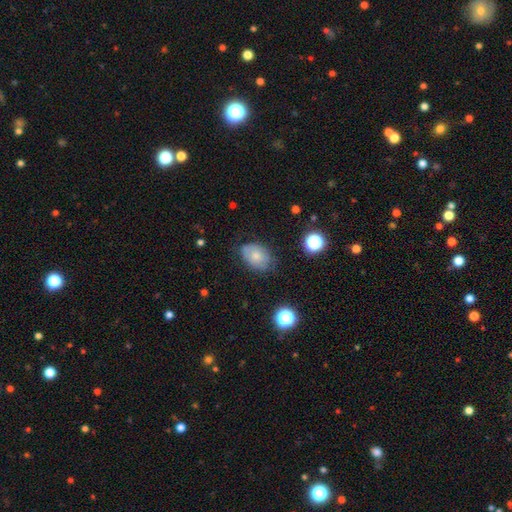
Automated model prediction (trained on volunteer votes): Overall: smooth (68%). How rounded: in between (77%). Merging: none (64%; minor disturbance 27%).